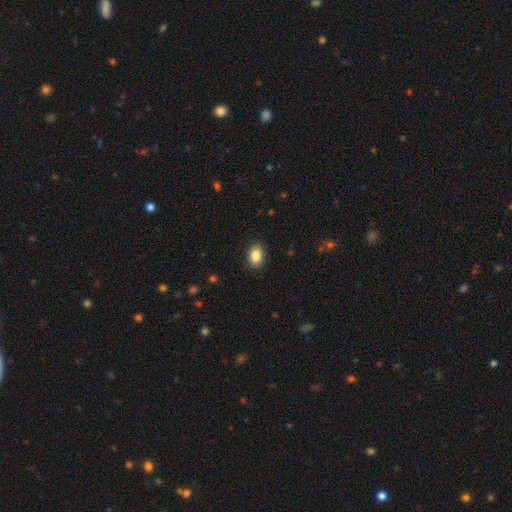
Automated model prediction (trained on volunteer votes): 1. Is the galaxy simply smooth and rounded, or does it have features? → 87% smooth, 8% star or artifact, 5% featured or disk.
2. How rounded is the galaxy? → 78% in between, 21% round, 1% cigar-shaped.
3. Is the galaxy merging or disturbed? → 88% none, 9% minor disturbance, 2% major disturbance, 1% merger.